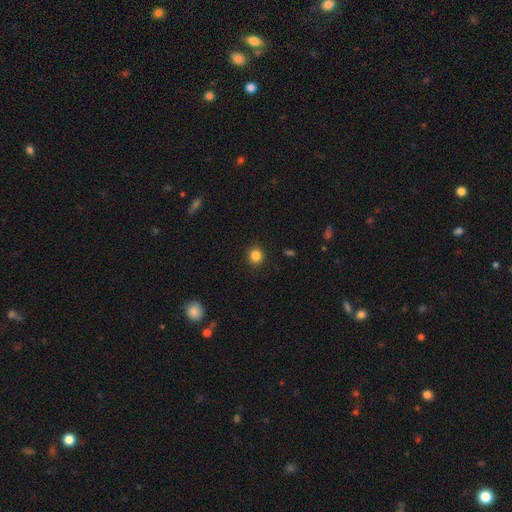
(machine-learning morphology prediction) This is clearly a smooth galaxy (85%). How rounded: clearly round (89%). Merging: clearly none (91%).